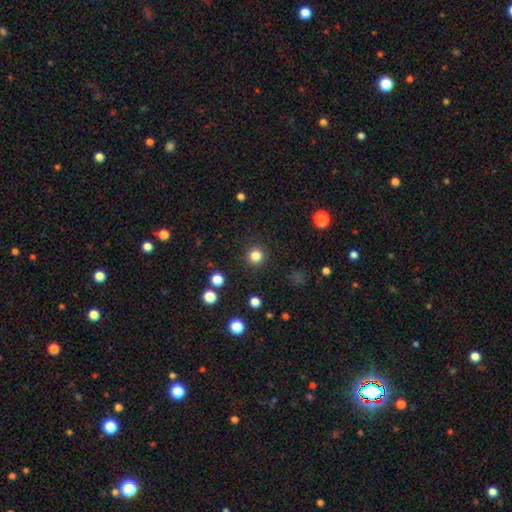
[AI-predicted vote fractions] This is clearly a smooth galaxy (83%). How rounded: clearly round (95%). Merging: clearly none (91%).